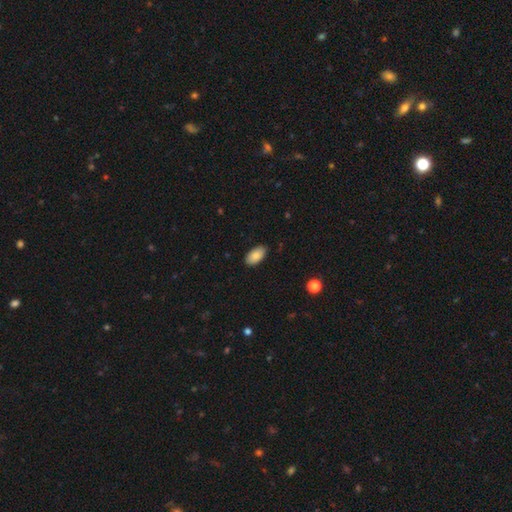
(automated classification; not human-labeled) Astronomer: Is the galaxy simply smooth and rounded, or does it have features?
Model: smooth — 86%.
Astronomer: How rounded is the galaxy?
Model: in between — 95%.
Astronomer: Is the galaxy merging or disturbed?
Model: none — 87%.